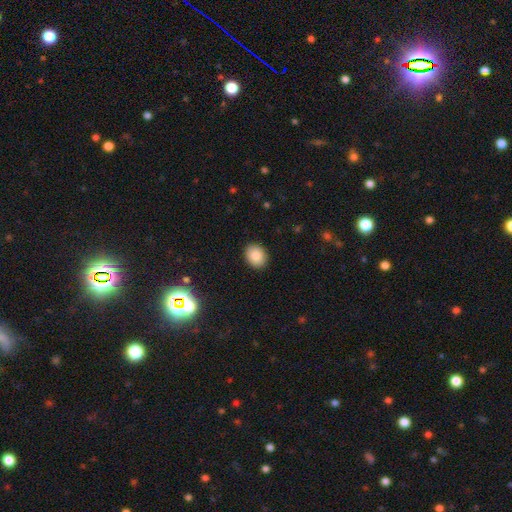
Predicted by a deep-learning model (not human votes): This is clearly a smooth galaxy (86%). How rounded: possibly in between (52%). Merging: clearly none (90%).